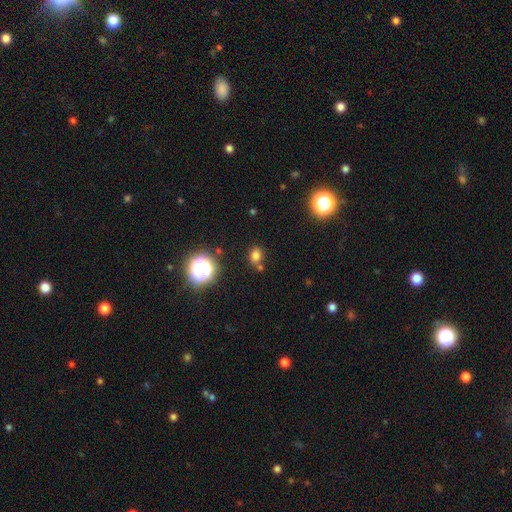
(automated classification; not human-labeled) Overall: smooth (72%). How rounded: round (51%; in between 48%). Merging: none (71%).